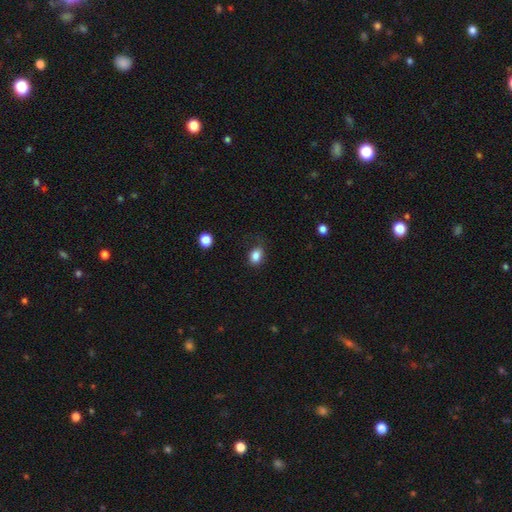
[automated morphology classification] Smooth or featured? Predicted: smooth (p=0.85). How rounded? Predicted: in between (p=0.69). Merging? Predicted: none (p=0.69).